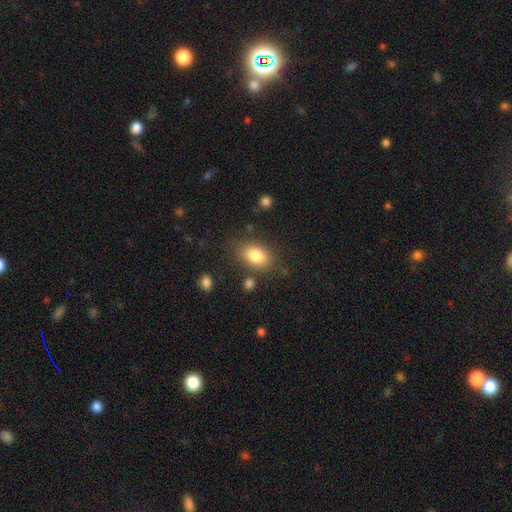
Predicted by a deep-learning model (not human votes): smooth_or_featured: smooth (p=0.83) [alt: featured or disk p=0.09]
how_rounded: in between (p=0.83) [alt: round p=0.15]
merging: none (p=0.78) [alt: minor disturbance p=0.14]